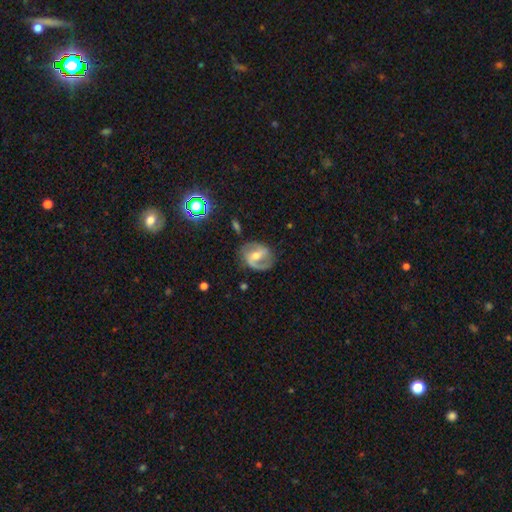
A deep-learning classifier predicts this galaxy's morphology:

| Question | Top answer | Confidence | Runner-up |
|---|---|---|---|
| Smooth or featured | featured or disk | 80% | smooth (14%) |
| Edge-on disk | no | 97% | yes (3%) |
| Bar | weak | 47% | strong (32%) |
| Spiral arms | yes | 91% | no (9%) |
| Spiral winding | medium | 50% | loose (25%) |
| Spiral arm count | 2 | 79% | 1 (12%) |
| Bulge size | moderate | 64% | small (29%) |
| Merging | none | 73% | minor disturbance (17%) |